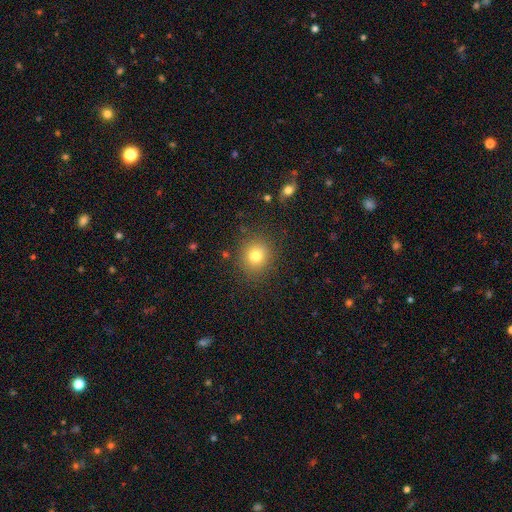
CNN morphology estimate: A smooth galaxy with no disk features (77%) that is round (84%).

Vote fractions:
- Smooth or featured? smooth: 77% / star or artifact: 14% / featured or disk: 9%
- How rounded? round: 84% / in between: 15% / cigar-shaped: 1%
- Merging? none: 87% / minor disturbance: 8% / major disturbance: 3% / merger: 2%